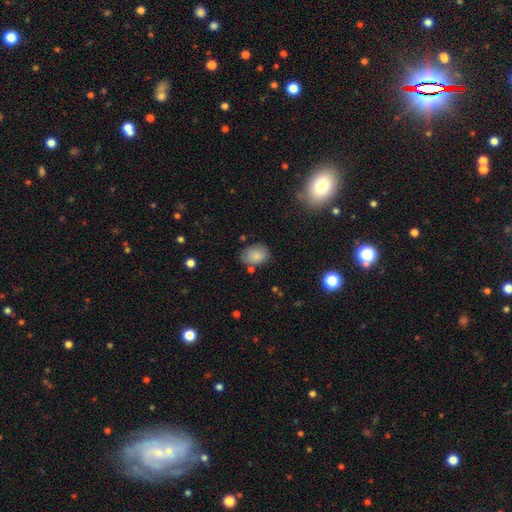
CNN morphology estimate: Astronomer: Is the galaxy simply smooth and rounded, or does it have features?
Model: smooth — 84%.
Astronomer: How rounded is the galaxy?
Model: in between — 75%.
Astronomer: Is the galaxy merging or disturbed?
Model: none — 71%.